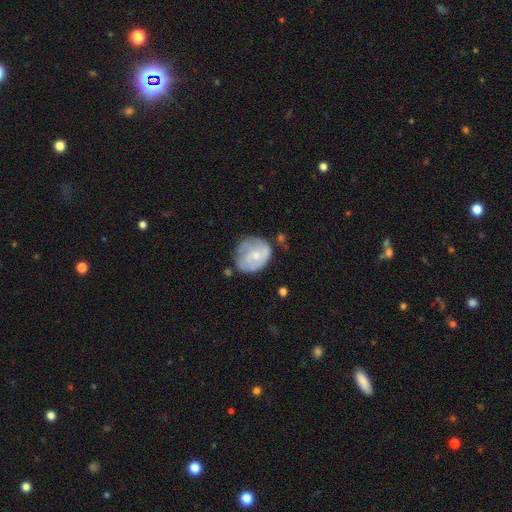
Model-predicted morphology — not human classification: This appears to be a featured or disk galaxy (52%) with no bar (79%), spiral arms (62%) and a small central bulge (51%). Merging: none (52%).